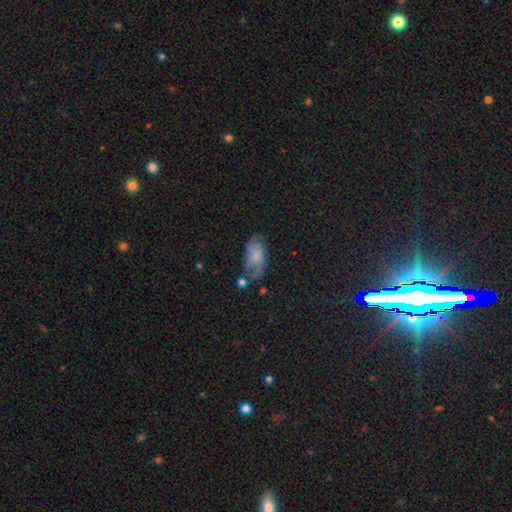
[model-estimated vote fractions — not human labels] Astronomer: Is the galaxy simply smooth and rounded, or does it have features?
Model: smooth — 59%.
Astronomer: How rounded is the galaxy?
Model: in between — 91%.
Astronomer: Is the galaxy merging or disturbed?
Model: none — 40% (runner-up: minor disturbance, 31%).